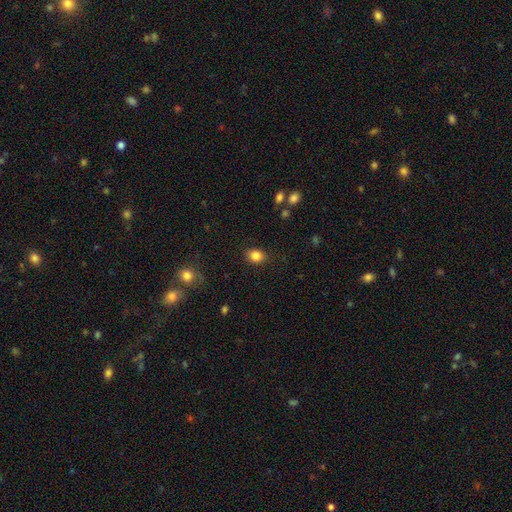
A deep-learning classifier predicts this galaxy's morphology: Overall: smooth (84%). How rounded: in between (52%; round 47%). Merging: none (86%).